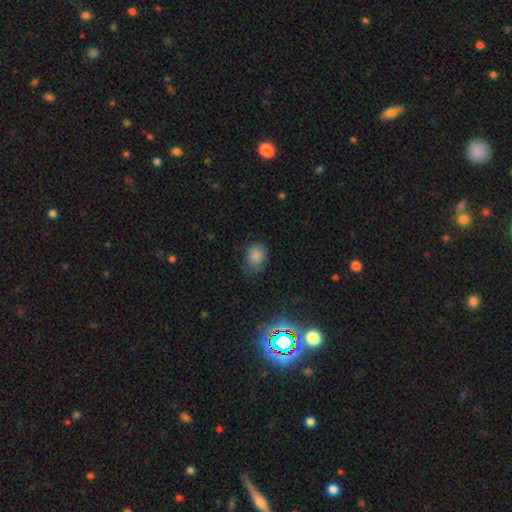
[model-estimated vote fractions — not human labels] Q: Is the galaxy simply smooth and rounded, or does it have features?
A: smooth — 82%.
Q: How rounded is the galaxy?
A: in between — 51%.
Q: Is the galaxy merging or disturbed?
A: none — 61%.